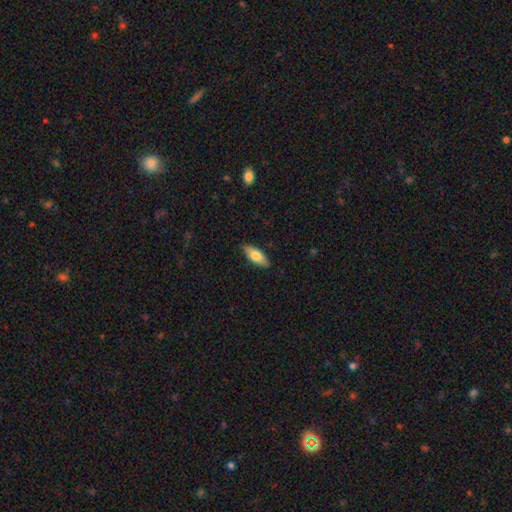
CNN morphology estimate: smooth 70%, featured or disk 24%, star or artifact 6%. Down the decision tree: how rounded — in between (75%); merging — none (86%).